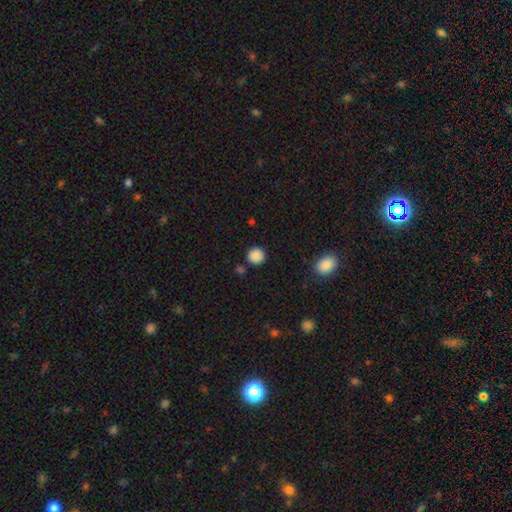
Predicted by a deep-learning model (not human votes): The model was most divided on "merging": none: 86%, minor disturbance: 8%, merger: 4%, major disturbance: 3%. More confident: how rounded — round (93%); smooth or featured — smooth (88%).